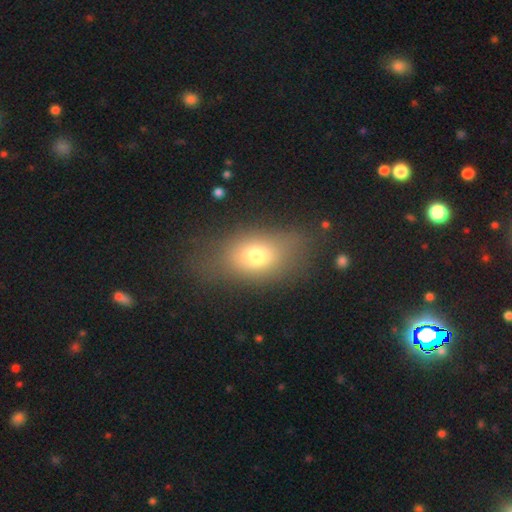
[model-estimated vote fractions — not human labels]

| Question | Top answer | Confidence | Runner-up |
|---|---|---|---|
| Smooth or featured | smooth | 71% | featured or disk (17%) |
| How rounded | in between | 79% | round (17%) |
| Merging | none | 69% | minor disturbance (18%) |